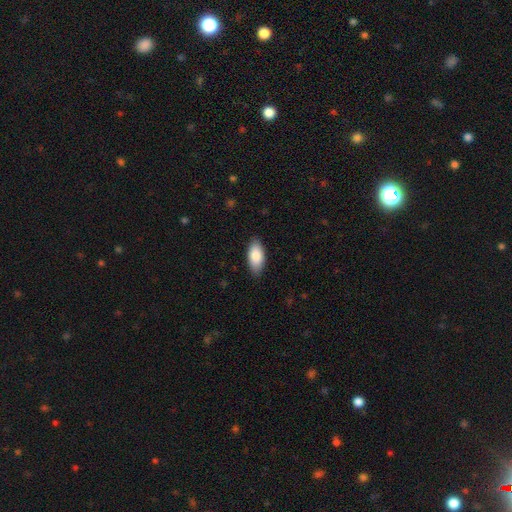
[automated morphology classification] The model was most divided on "merging": none: 85%, minor disturbance: 12%, major disturbance: 2%, merger: 1%. More confident: how rounded — in between (91%); smooth or featured — smooth (86%).